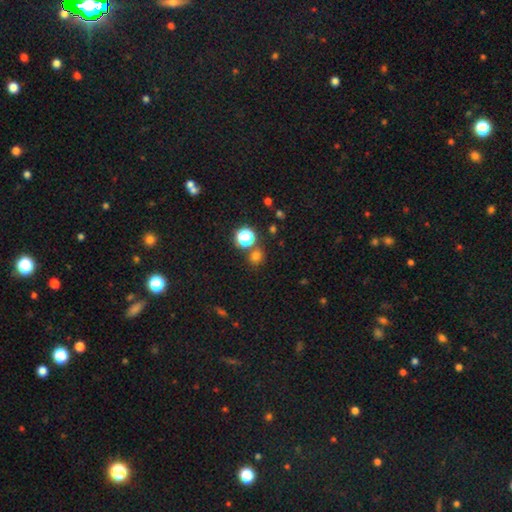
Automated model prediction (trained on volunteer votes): smooth 71%, star or artifact 23%, featured or disk 6%. Down the decision tree: how rounded — round (85%); merging — none (76%).